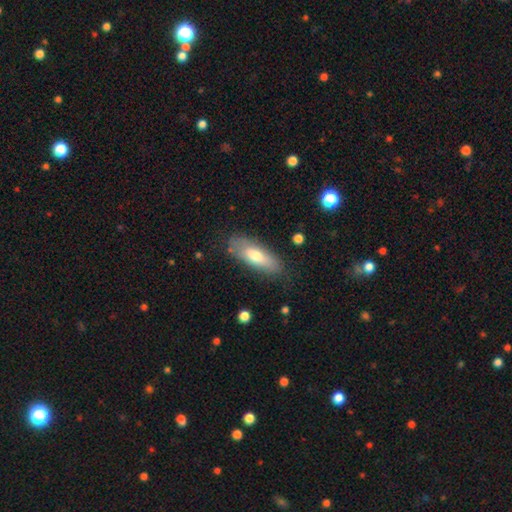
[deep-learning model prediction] Overall: smooth (68%). How rounded: in between (66%; cigar-shaped 32%). Merging: none (78%).